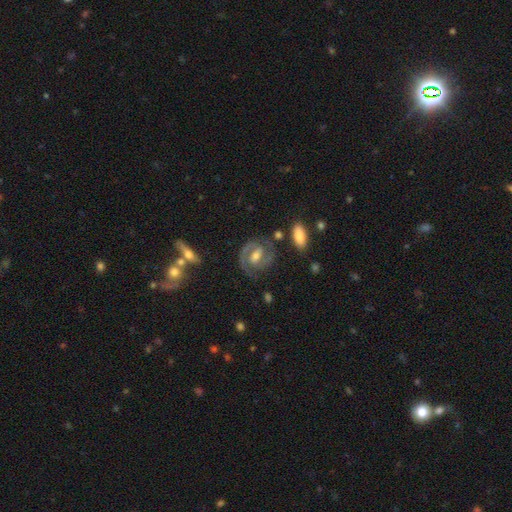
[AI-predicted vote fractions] smooth_or_featured: featured or disk (p=0.87) [alt: smooth p=0.08]
disk_edge_on: no (p=0.97) [alt: yes p=0.03]
bar: weak (p=0.46) [alt: strong p=0.33]
has_spiral_arms: yes (p=0.97) [alt: no p=0.03]
spiral_winding: medium (p=0.48) [alt: tight p=0.45]
spiral_arm_count: 2 (p=0.91) [alt: can't tell p=0.03]
bulge_size: moderate (p=0.58) [alt: small p=0.27]
merging: none (p=0.78) [alt: minor disturbance p=0.13]